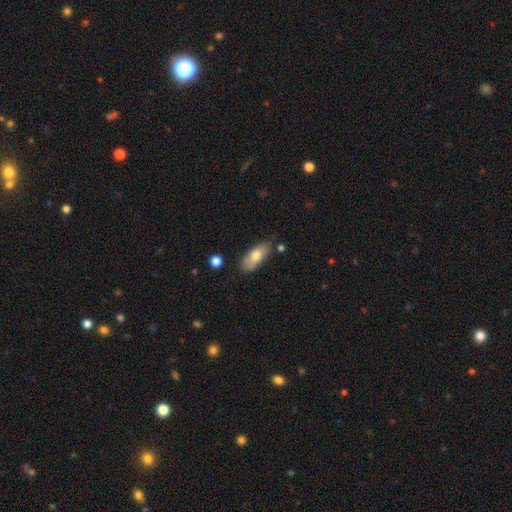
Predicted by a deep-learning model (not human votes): smooth 76%, featured or disk 18%, star or artifact 6%. Down the decision tree: how rounded — in between (85%); merging — none (67%).